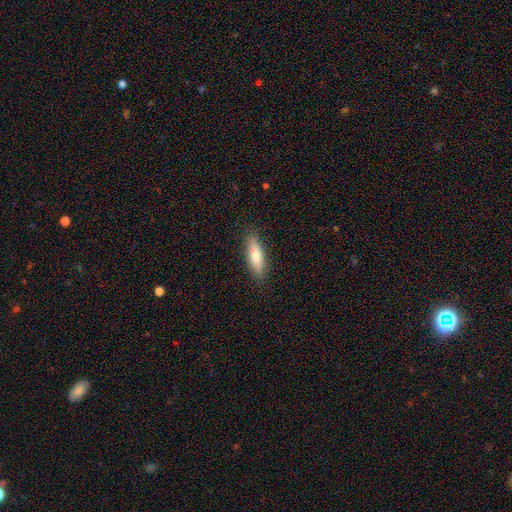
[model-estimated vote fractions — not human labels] Q: Smooth or featured?
A: smooth (73%); runner-up: featured or disk (21%)
Q: How rounded?
A: cigar-shaped (57%); runner-up: in between (42%)
Q: Merging?
A: none (85%); runner-up: minor disturbance (11%)